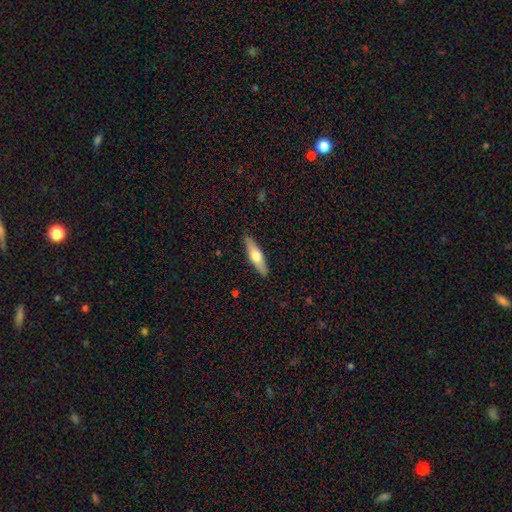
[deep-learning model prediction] Smooth or featured: smooth — 52% (featured or disk — 43%)
How rounded: cigar-shaped — 67% (in between — 30%)
Merging: none — 90% (minor disturbance — 7%)